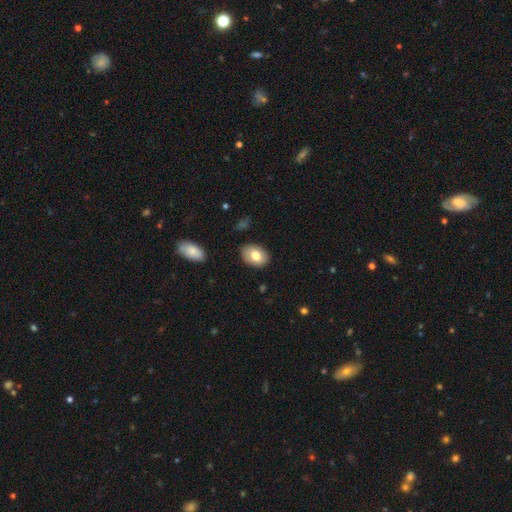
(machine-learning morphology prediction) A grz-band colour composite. It shows a smooth galaxy with no disk features (78%) that is in between round and cigar-shaped (80%). Merging: none (86%).